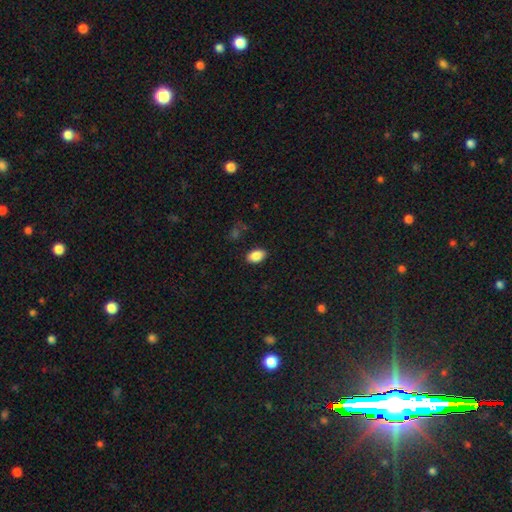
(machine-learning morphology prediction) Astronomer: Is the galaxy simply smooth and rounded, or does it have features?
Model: smooth — 87%.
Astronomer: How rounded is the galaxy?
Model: in between — 89%.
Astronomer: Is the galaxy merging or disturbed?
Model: none — 87%.